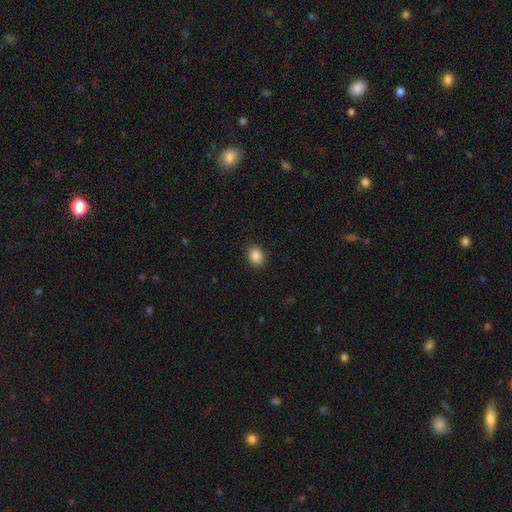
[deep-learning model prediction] Smooth or featured: smooth — 87% (star or artifact — 9%)
How rounded: round — 50% (in between — 49%)
Merging: none — 90% (minor disturbance — 7%)